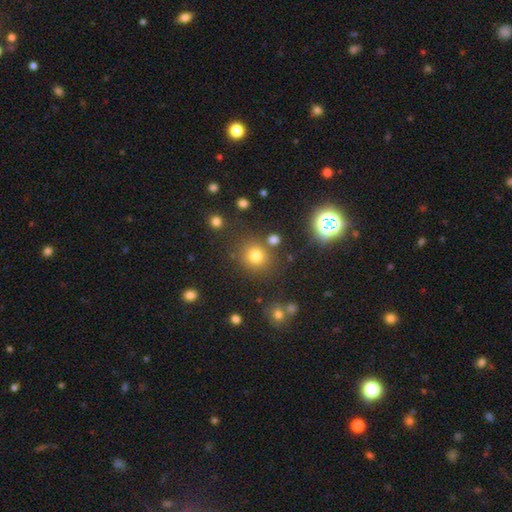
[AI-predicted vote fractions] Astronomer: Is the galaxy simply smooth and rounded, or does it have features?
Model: smooth — 73%.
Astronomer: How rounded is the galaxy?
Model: round — 87%.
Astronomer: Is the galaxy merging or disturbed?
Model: none — 78%.